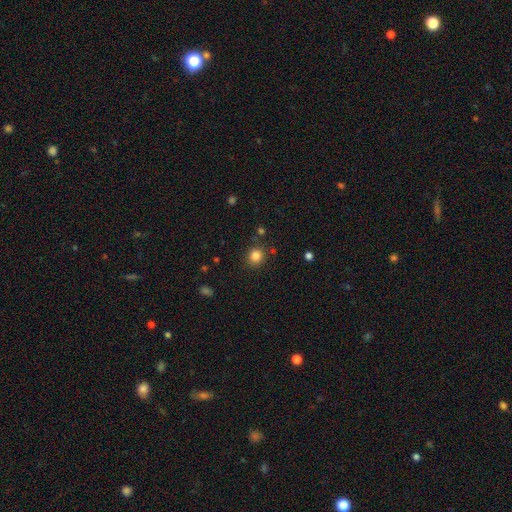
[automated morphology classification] Overall: smooth (83%). How rounded: round (85%). Merging: none (85%).